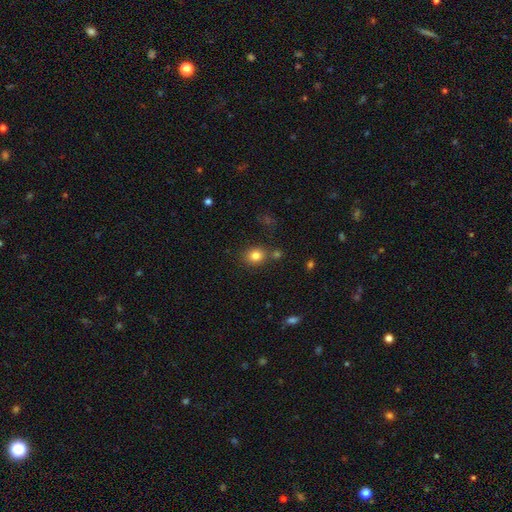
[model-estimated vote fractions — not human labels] Smooth or featured? smooth (82%)
How rounded? round (62%)
Merging? none (76%)